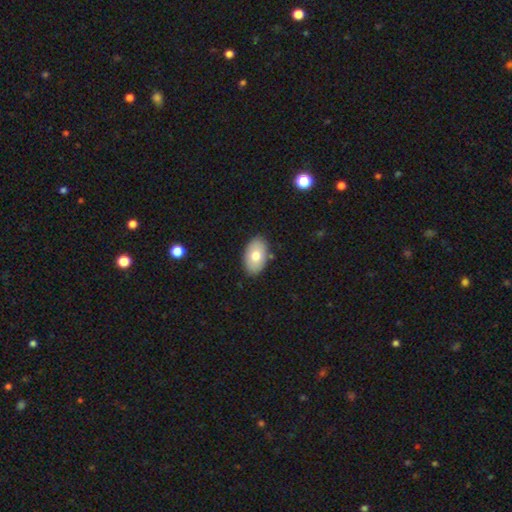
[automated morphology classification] This is likely a smooth galaxy (74%). How rounded: clearly in between (93%). Merging: clearly none (87%).